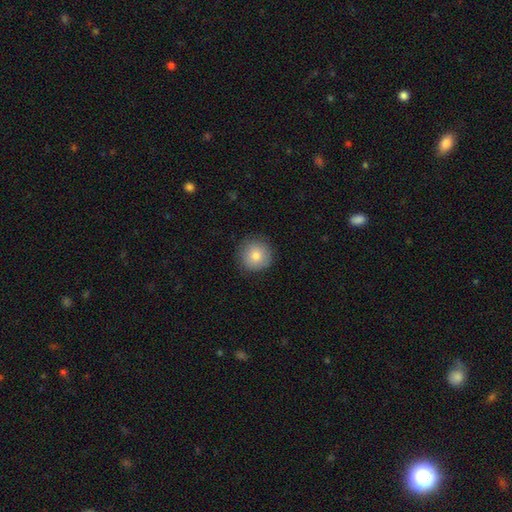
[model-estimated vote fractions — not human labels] Smooth or featured? Predicted: smooth (p=0.80). How rounded? Predicted: round (p=0.94). Merging? Predicted: none (p=0.87).